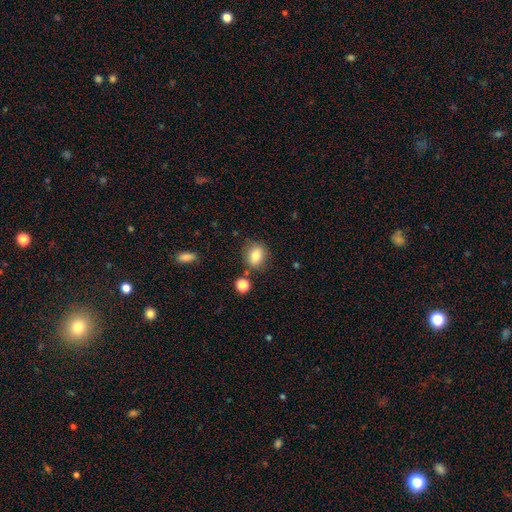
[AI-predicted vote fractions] A smooth galaxy with no disk features (80%) that is round (67%).

Vote fractions:
- Smooth or featured? smooth: 80% / star or artifact: 11% / featured or disk: 9%
- How rounded? round: 67% / in between: 32% / cigar-shaped: 1%
- Merging? none: 80% / minor disturbance: 12% / merger: 5% / major disturbance: 3%